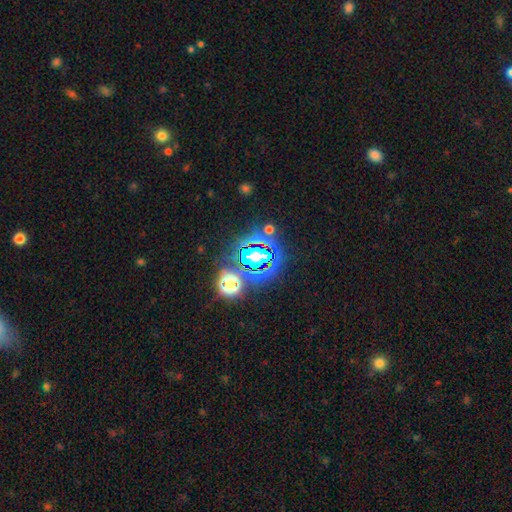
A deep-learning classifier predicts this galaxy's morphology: This appears to be a star or artifact, not a galaxy (68%).